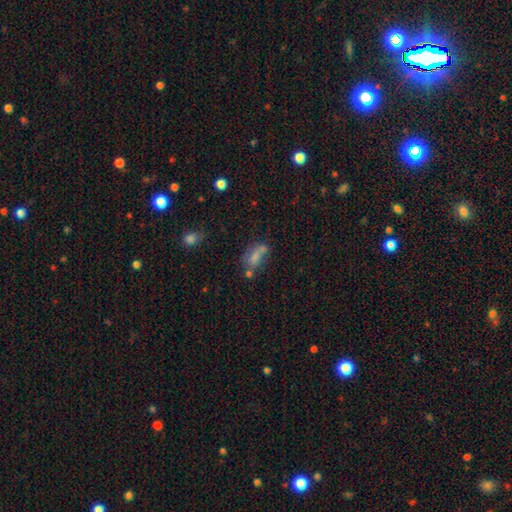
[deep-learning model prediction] smooth 66%, featured or disk 21%, star or artifact 14%. Down the decision tree: how rounded — in between (78%); merging — none (35%).